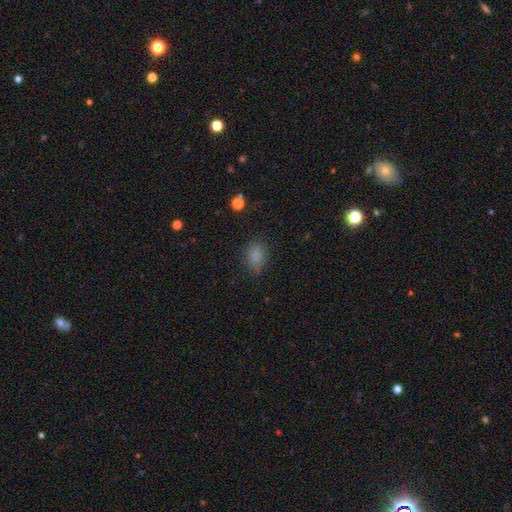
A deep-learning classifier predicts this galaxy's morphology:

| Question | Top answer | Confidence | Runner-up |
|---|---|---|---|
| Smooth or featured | smooth | 81% | star or artifact (13%) |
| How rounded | in between | 81% | round (16%) |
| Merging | none | 76% | minor disturbance (18%) |